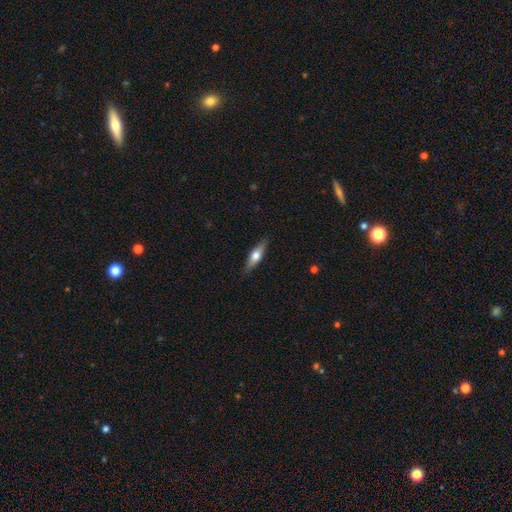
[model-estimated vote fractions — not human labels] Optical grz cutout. It shows a smooth galaxy with no disk features (53%) that is cigar-shaped (61%). Merging: none (87%).